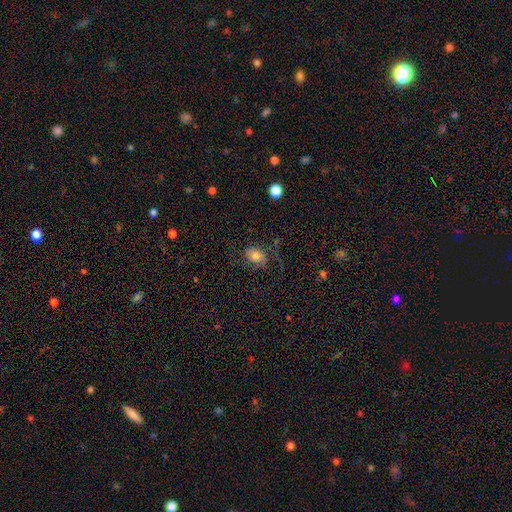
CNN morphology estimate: smooth-or-featured: smooth: 58% | featured or disk: 30% | star or artifact: 12%
  how-rounded: in between: 74% | round: 25% | cigar-shaped: 2%
  merging: none: 57% | minor disturbance: 21% | major disturbance: 19% | merger: 3%